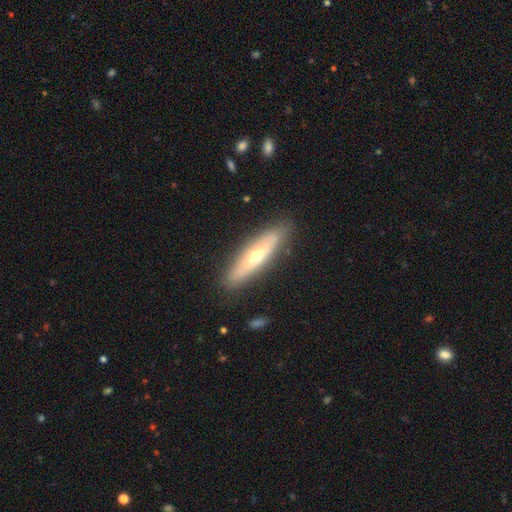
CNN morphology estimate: smooth-or-featured: featured or disk: 52% | smooth: 41% | star or artifact: 7%
  disk-edge-on: yes: 70% | no: 30%
  merging: none: 87% | minor disturbance: 9% | major disturbance: 2% | merger: 1%